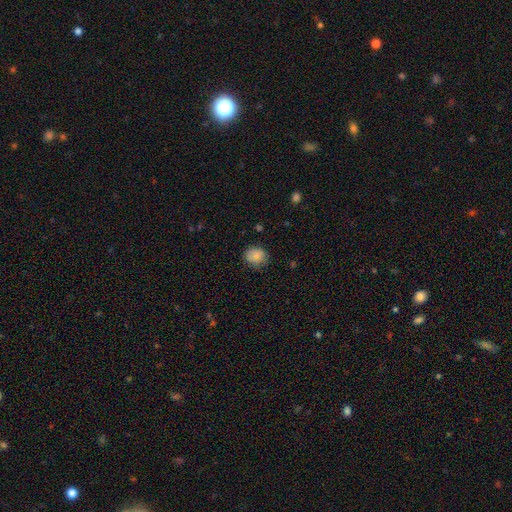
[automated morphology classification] smooth_or_featured: smooth (p=0.80) [alt: featured or disk p=0.11]
how_rounded: round (p=0.68) [alt: in between p=0.31]
merging: none (p=0.75) [alt: minor disturbance p=0.19]